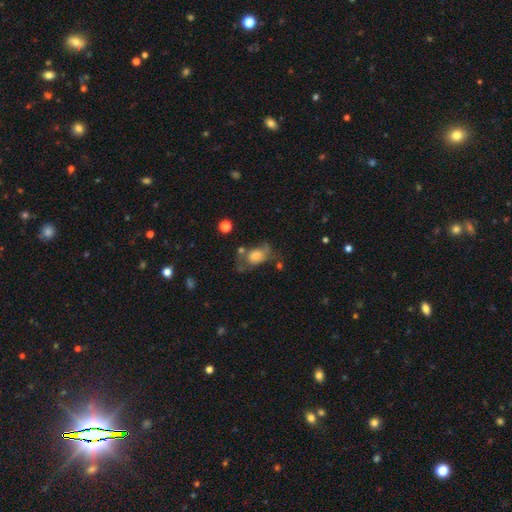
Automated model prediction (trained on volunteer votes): This appears to be a smooth galaxy with no disk features (53%) that is in between round and cigar-shaped (68%). Merging: none (42%).